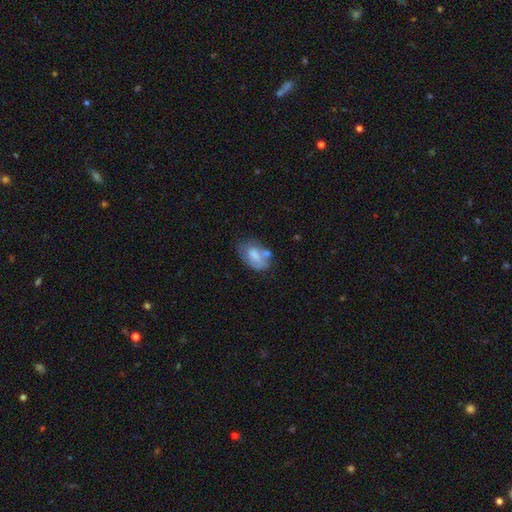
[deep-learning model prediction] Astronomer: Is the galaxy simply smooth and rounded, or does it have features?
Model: smooth — 62%.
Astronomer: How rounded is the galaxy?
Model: in between — 88%.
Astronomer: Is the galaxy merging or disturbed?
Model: none — 42% (runner-up: minor disturbance, 29%).